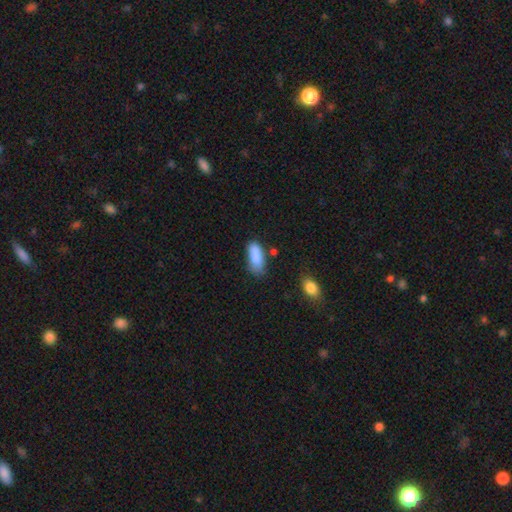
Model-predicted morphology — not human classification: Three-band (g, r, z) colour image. It shows a smooth galaxy with no disk features (86%) that is in between round and cigar-shaped (80%). Merging: none (59%).